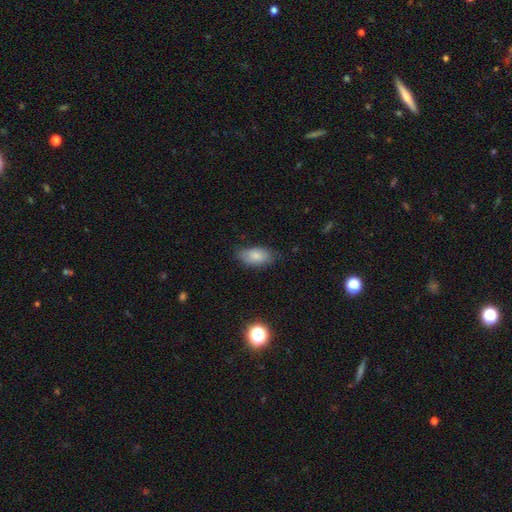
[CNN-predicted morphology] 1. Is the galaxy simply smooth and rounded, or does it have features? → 82% smooth, 10% featured or disk, 8% star or artifact.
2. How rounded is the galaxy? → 92% in between, 5% round, 3% cigar-shaped.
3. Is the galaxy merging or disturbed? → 75% none, 20% minor disturbance, 4% major disturbance, 1% merger.